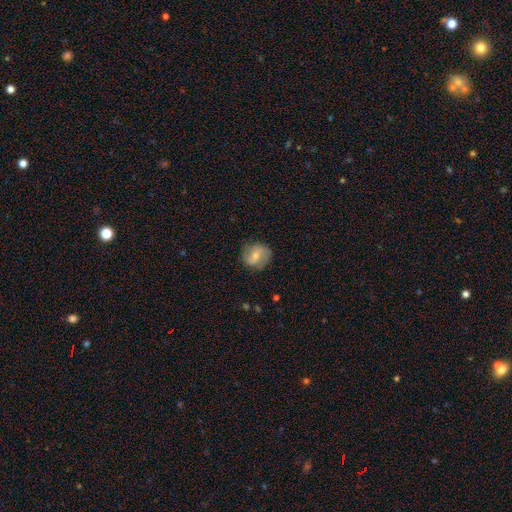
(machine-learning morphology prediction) This is possibly a featured or disk galaxy (51%). It is clearly not viewed edge-on (97%). Merging: likely none (79%).